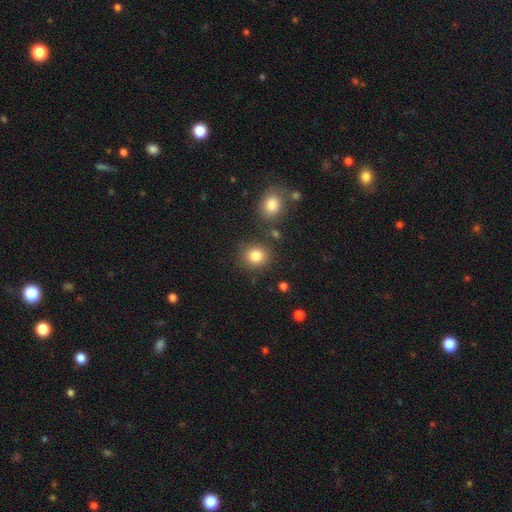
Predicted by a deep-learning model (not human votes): Smooth or featured: smooth — 83% (star or artifact — 10%)
How rounded: round — 78% (in between — 21%)
Merging: none — 80% (minor disturbance — 10%)